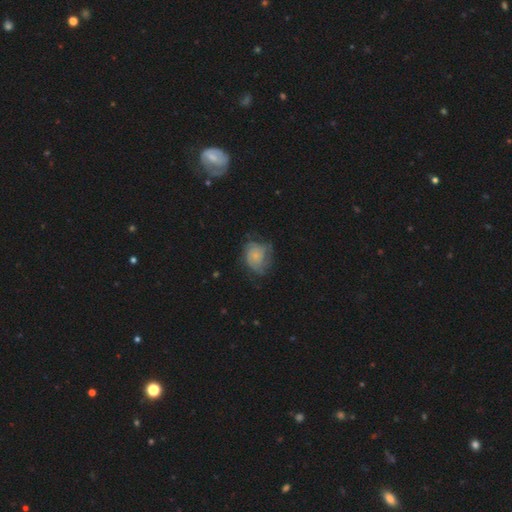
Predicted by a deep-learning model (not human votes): A featured or disk galaxy (50%). Merging: none (50%).